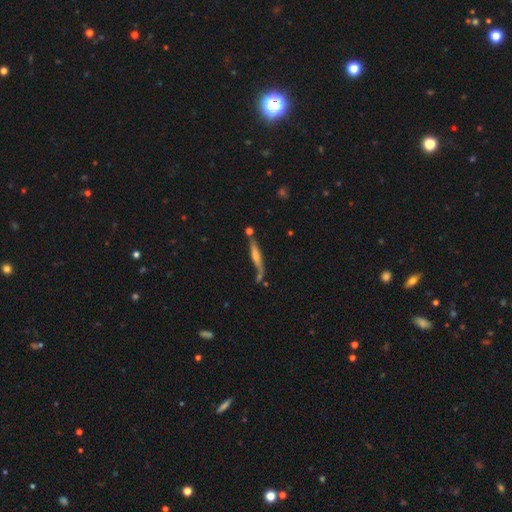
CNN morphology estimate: Smooth or featured? Predicted: featured or disk (p=0.66). Edge-on disk? Predicted: yes (p=0.93). Edge-on bulge? Predicted: rounded (p=0.75). Merging? Predicted: none (p=0.65).